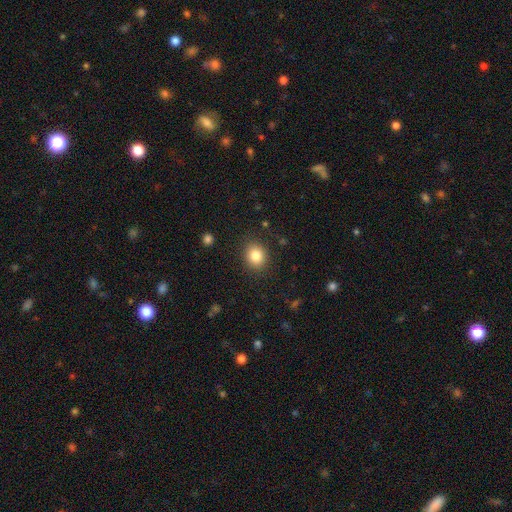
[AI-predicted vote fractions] Overall: smooth (84%). How rounded: round (66%; in between 33%). Merging: none (87%).